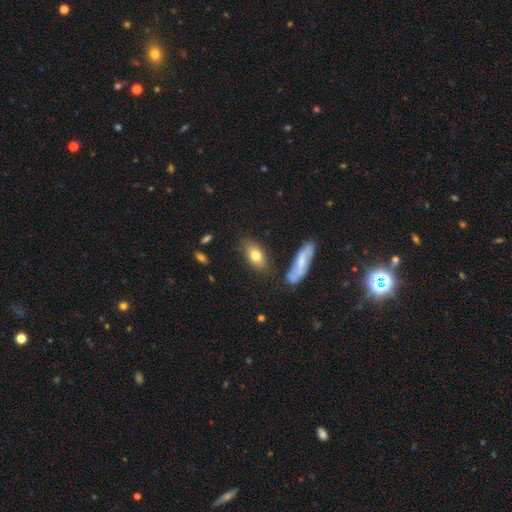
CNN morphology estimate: Smooth or featured? smooth (74%)
How rounded? in between (83%)
Merging? none (73%)